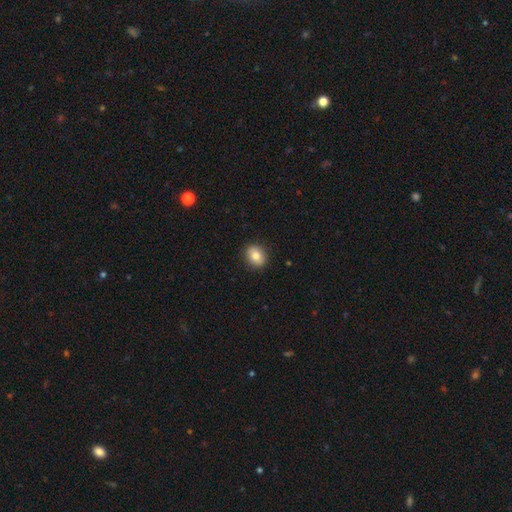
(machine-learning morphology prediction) Q: Smooth or featured?
A: smooth (80%); runner-up: featured or disk (11%)
Q: How rounded?
A: round (59%); runner-up: in between (40%)
Q: Merging?
A: none (90%); runner-up: minor disturbance (8%)